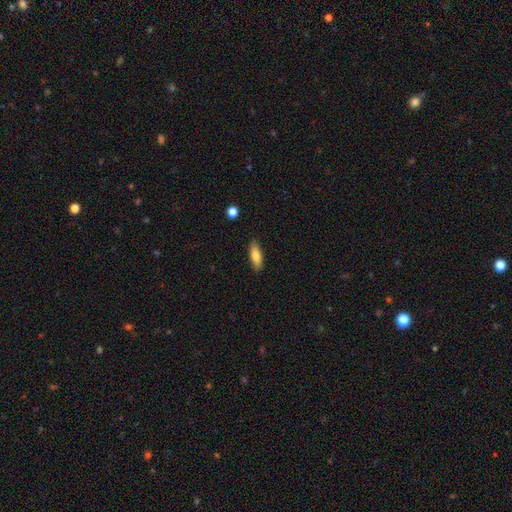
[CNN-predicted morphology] This appears to be a smooth galaxy with no disk features (78%) that is in between round and cigar-shaped (58%). Merging: none (87%).